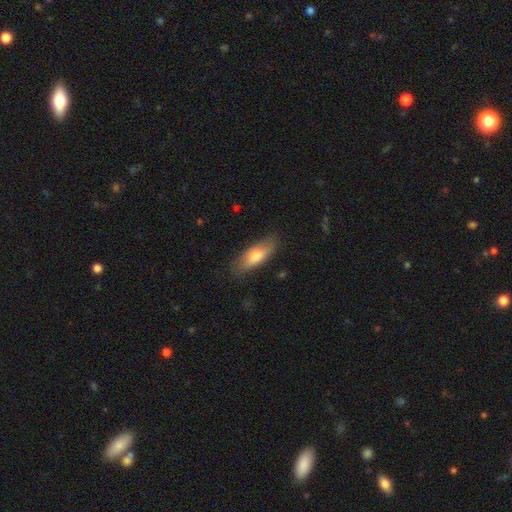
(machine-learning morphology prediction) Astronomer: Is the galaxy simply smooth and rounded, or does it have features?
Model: smooth — 70%.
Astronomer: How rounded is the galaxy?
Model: in between — 69%.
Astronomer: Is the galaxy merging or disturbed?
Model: none — 78%.